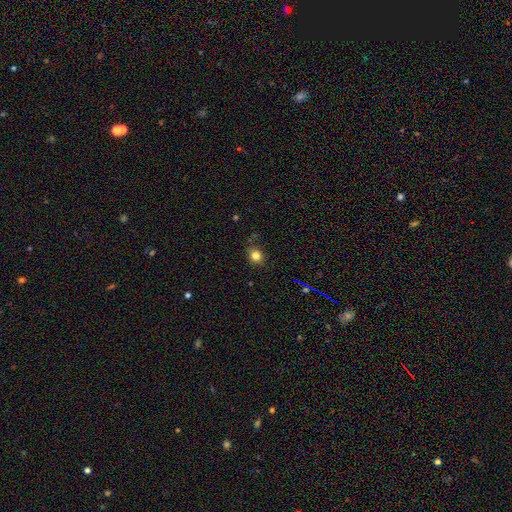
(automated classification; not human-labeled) This is clearly a smooth galaxy (81%). How rounded: likely round (77%). Merging: clearly none (81%).